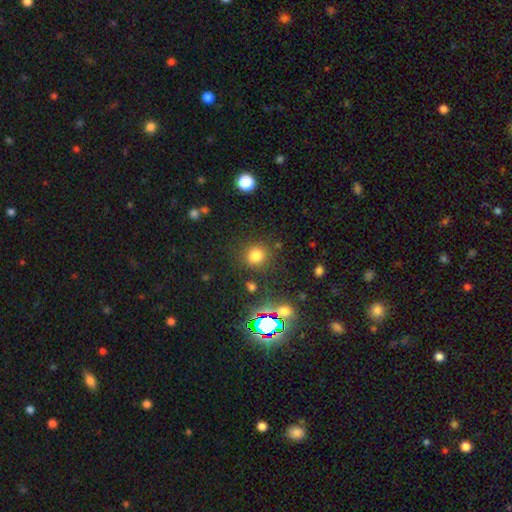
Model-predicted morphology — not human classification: This appears to be a smooth galaxy with no disk features (75%) that is round (87%). Merging: none (84%).